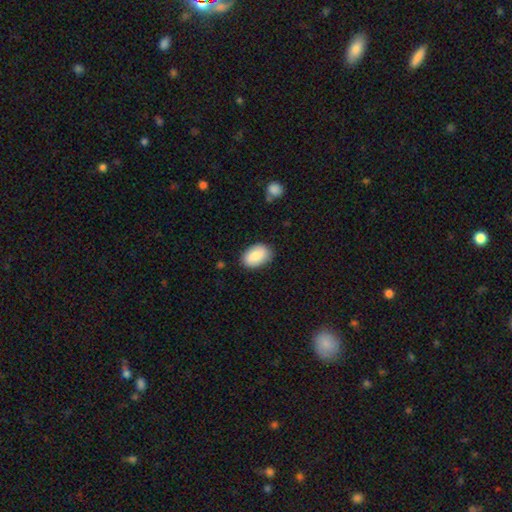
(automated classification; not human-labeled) Smooth or featured?
  - smooth: 86% *
  - featured or disk: 8%
  - star or artifact: 6%
How rounded?
  - in between: 90% *
  - round: 9%
  - cigar-shaped: 1%
Merging?
  - none: 84% *
  - minor disturbance: 12%
  - major disturbance: 2%
  - merger: 1%